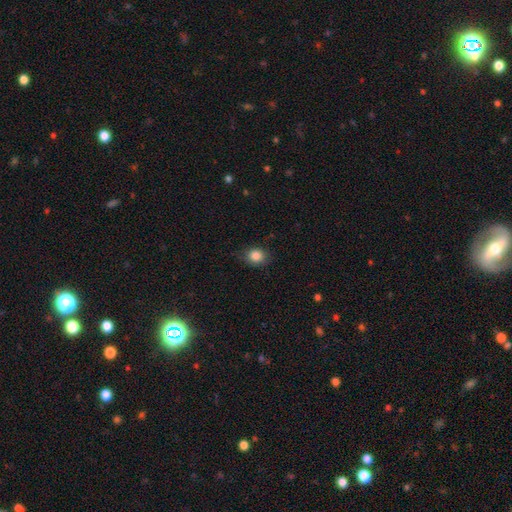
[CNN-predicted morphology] Smooth or featured: smooth — 85% (star or artifact — 10%)
How rounded: round — 63% (in between — 36%)
Merging: none — 79% (minor disturbance — 16%)